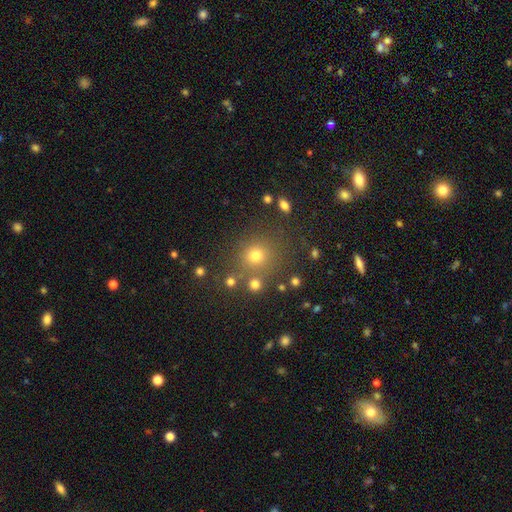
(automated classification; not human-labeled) smooth 72%, star or artifact 20%, featured or disk 8%. Down the decision tree: how rounded — round (89%); merging — none (76%).